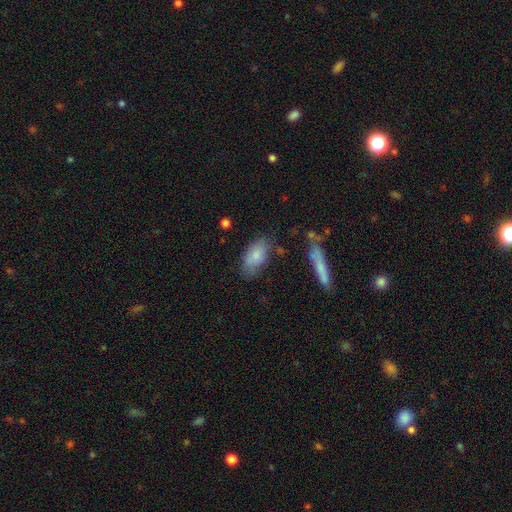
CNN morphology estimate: Smooth or featured? smooth (78%)
How rounded? in between (90%)
Merging? none (61%)